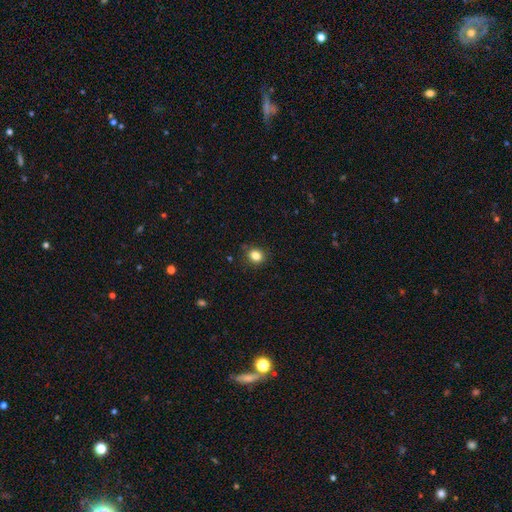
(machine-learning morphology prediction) This appears to be a smooth galaxy with no disk features (84%) that is round (71%). Merging: none (85%).